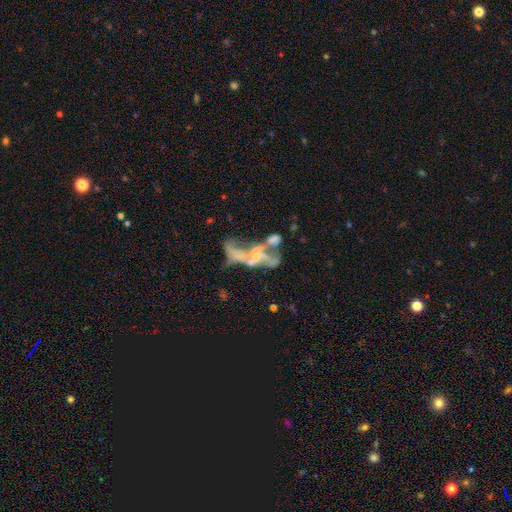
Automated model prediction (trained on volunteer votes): Smooth or featured? Predicted: featured or disk (p=0.65). Edge-on disk? Predicted: no (p=0.93). Bar? Predicted: no (p=0.84). Spiral arms? Predicted: no (p=0.83). Bulge size? Predicted: none (p=0.69). Merging? Predicted: merger (p=0.40).